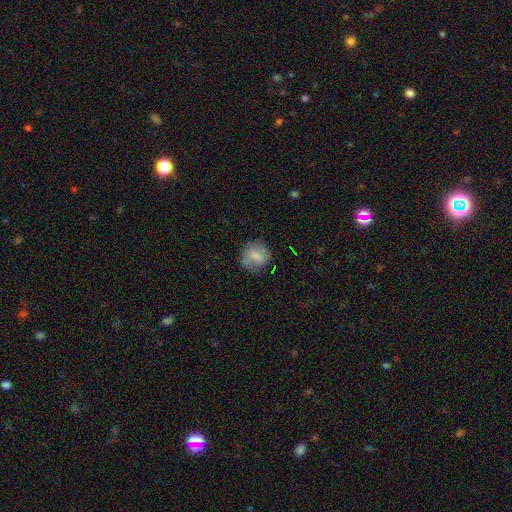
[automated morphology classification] Overall: featured or disk (48%; smooth 44%). Merging: none (75%).